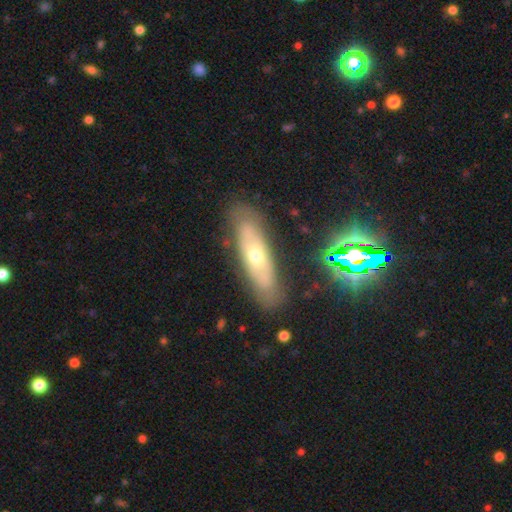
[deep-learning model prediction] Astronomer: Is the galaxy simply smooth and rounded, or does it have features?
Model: featured or disk — 56% (runner-up: smooth, 32%).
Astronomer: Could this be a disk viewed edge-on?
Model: no — 60% (runner-up: yes, 40%).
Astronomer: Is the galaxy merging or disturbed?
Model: none — 82%.